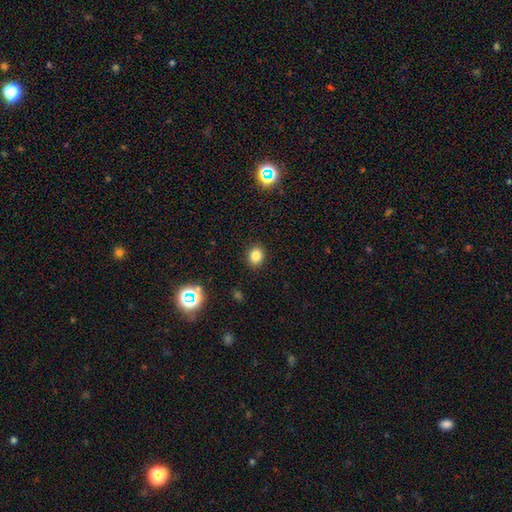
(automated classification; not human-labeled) Smooth or featured?
  - smooth: 81% *
  - star or artifact: 13%
  - featured or disk: 6%
How rounded?
  - round: 67% *
  - in between: 32%
  - cigar-shaped: 1%
Merging?
  - none: 90% *
  - minor disturbance: 7%
  - major disturbance: 2%
  - merger: 1%